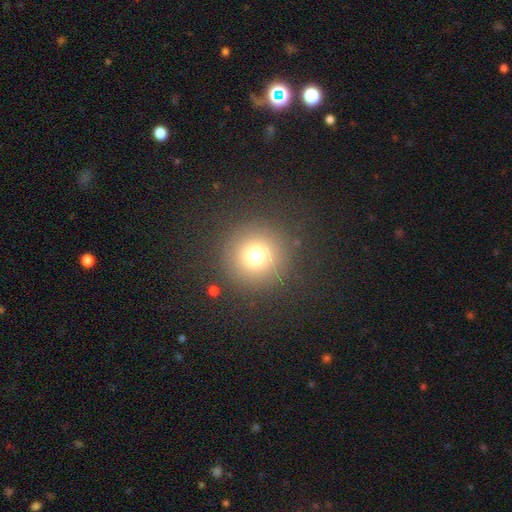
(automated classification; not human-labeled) smooth 74%, star or artifact 17%, featured or disk 9%. Down the decision tree: how rounded — round (96%); merging — none (88%).